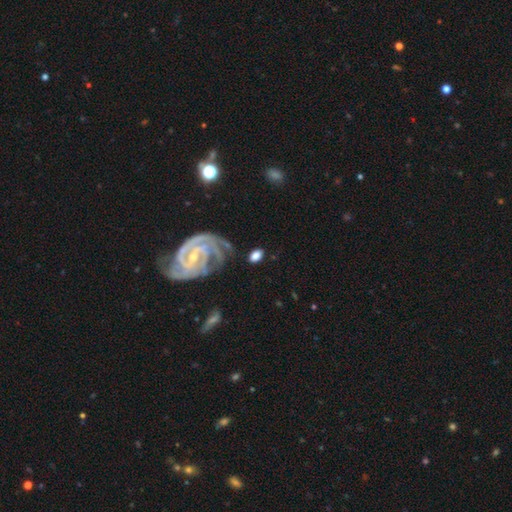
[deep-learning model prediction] smooth 58%, featured or disk 34%, star or artifact 8%. Down the decision tree: how rounded — in between (75%); merging — none (69%).